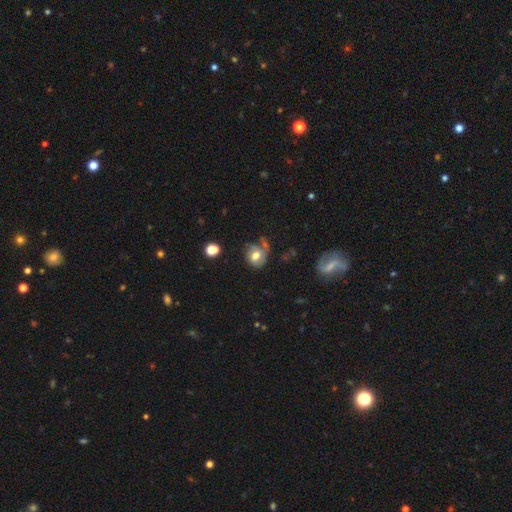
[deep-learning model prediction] smooth_or_featured: smooth (p=0.61) [alt: featured or disk p=0.29]
how_rounded: round (p=0.65) [alt: in between p=0.34]
merging: none (p=0.47) [alt: minor disturbance p=0.27]